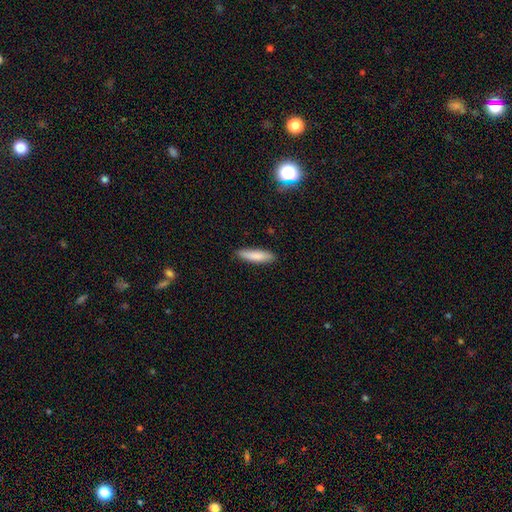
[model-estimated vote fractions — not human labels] smooth-or-featured: smooth: 84% | featured or disk: 10% | star or artifact: 6%
  how-rounded: cigar-shaped: 75% | in between: 23% | round: 1%
  merging: none: 87% | minor disturbance: 10% | major disturbance: 2% | merger: 1%